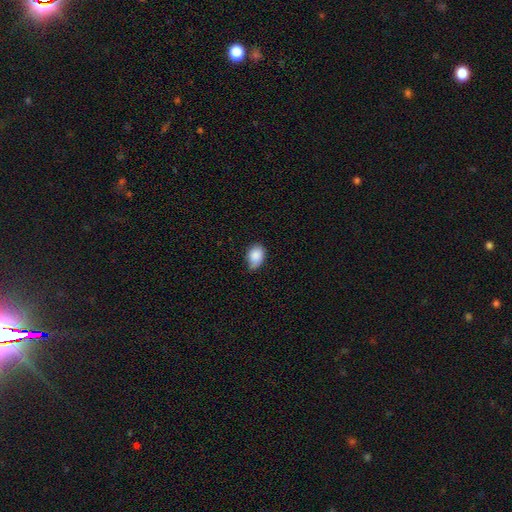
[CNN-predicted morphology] A smooth galaxy with no disk features (87%) that is in between round and cigar-shaped (77%). Merging: none (53%).